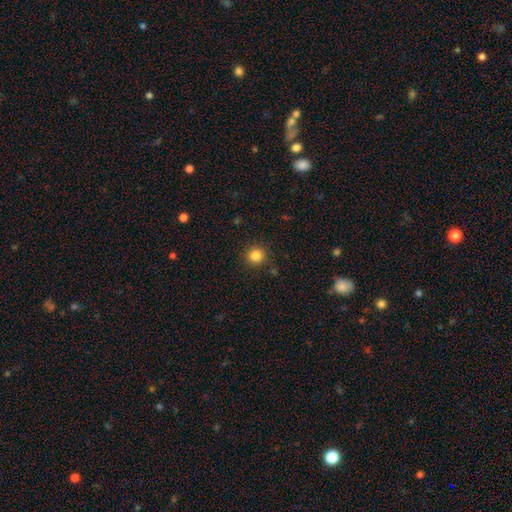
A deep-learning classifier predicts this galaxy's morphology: type=smooth (84%); roundness=round (94%); merging=none (90%).